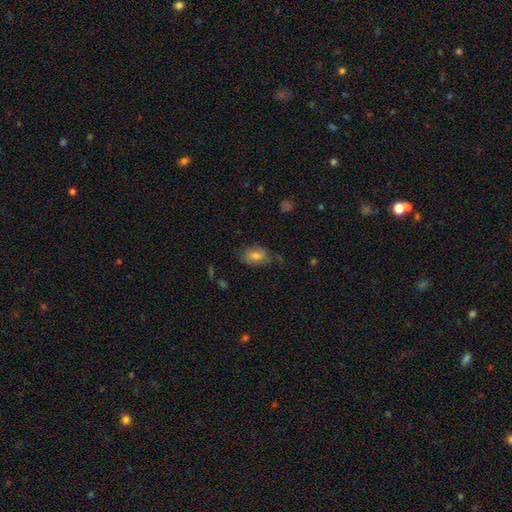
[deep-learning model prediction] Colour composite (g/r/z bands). It shows a smooth galaxy with no disk features (69%) that is in between round and cigar-shaped (82%). Merging: none (65%).